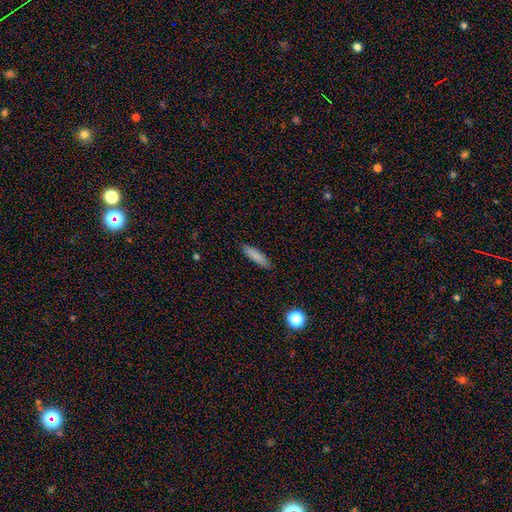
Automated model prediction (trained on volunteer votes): smooth 84%, featured or disk 9%, star or artifact 7%. Down the decision tree: how rounded — cigar-shaped (76%); merging — none (88%).